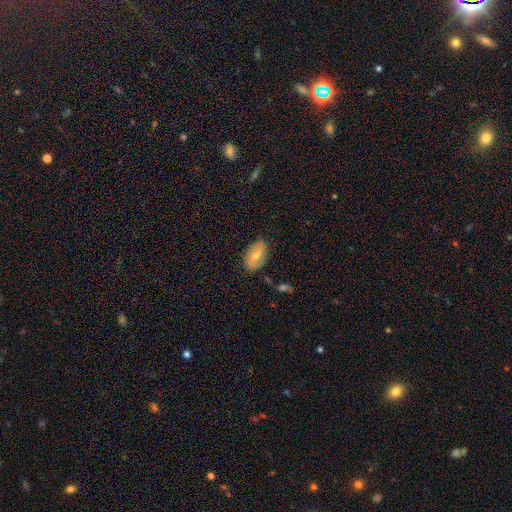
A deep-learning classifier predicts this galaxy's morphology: Smooth or featured: featured or disk — 54% (smooth — 37%)
Edge-on disk: no — 91% (yes — 9%)
Merging: none — 82% (minor disturbance — 13%)